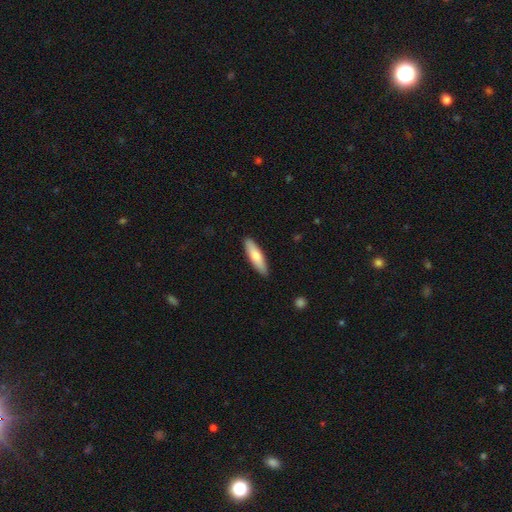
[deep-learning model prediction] A smooth galaxy with no disk features (72%) that is cigar-shaped (68%).

Vote fractions:
- Smooth or featured? smooth: 72% / featured or disk: 23% / star or artifact: 5%
- How rounded? cigar-shaped: 68% / in between: 30% / round: 2%
- Merging? none: 89% / minor disturbance: 8% / major disturbance: 2% / merger: 1%